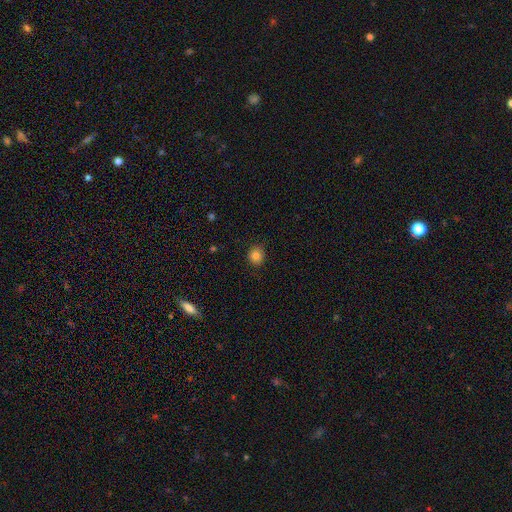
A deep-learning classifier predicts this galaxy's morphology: Smooth or featured? smooth (83%)
How rounded? round (84%)
Merging? none (89%)